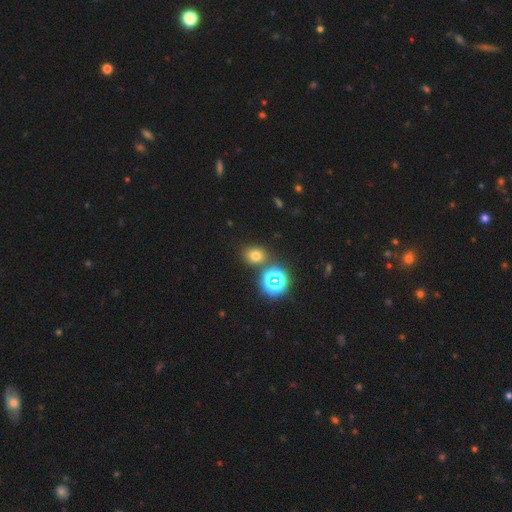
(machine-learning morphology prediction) The model was most divided on "how rounded": round: 59%, in between: 40%, cigar-shaped: 1%. More confident: merging — none (79%); smooth or featured — smooth (63%).